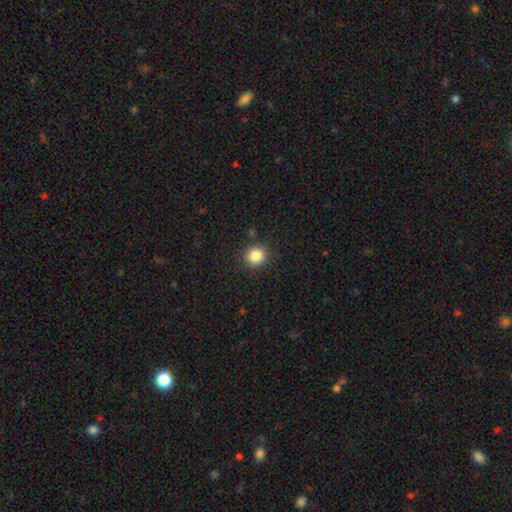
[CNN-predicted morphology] smooth 84%, star or artifact 11%, featured or disk 5%. Down the decision tree: how rounded — round (85%); merging — none (88%).